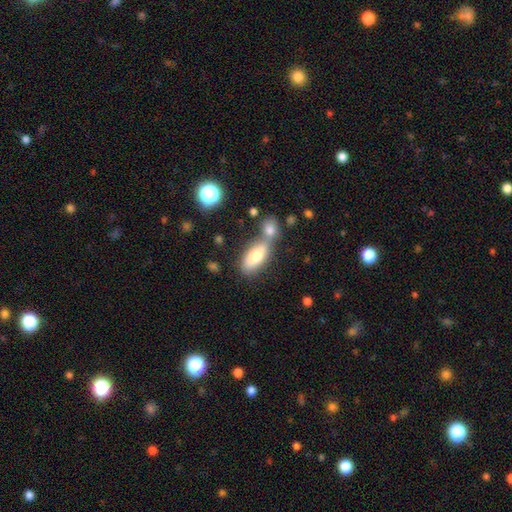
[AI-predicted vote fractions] Smooth or featured: smooth — 72% (featured or disk — 21%)
How rounded: in between — 84% (cigar-shaped — 12%)
Merging: none — 42% (merger — 41%)